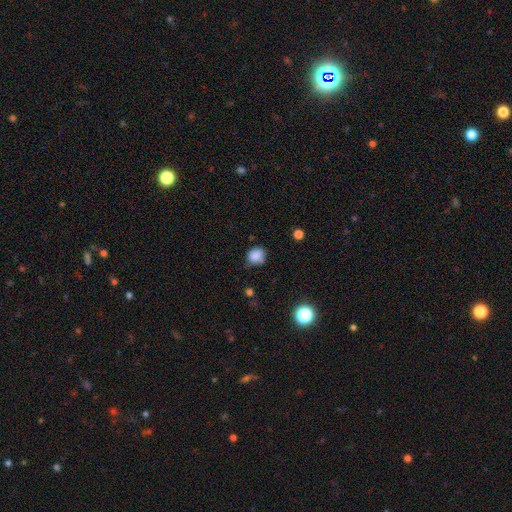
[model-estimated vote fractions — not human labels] A smooth galaxy with no disk features (84%) that is round (66%).

Vote fractions:
- Smooth or featured? smooth: 84% / star or artifact: 11% / featured or disk: 5%
- How rounded? round: 66% / in between: 33% / cigar-shaped: 1%
- Merging? none: 61% / minor disturbance: 29% / major disturbance: 6% / merger: 3%